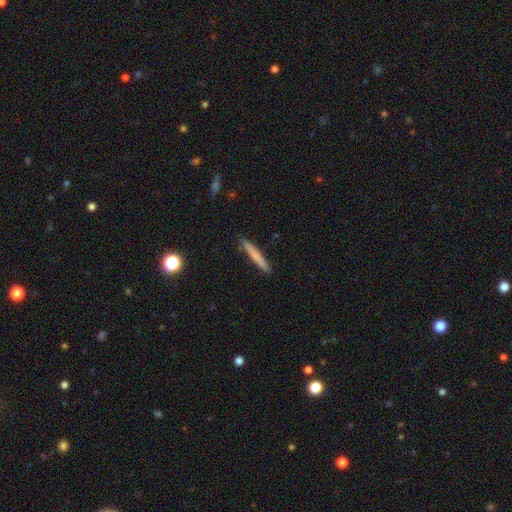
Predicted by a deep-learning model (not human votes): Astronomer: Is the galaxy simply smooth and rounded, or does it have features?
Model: smooth — 71%.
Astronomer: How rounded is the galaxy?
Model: cigar-shaped — 96%.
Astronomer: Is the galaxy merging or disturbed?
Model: none — 89%.